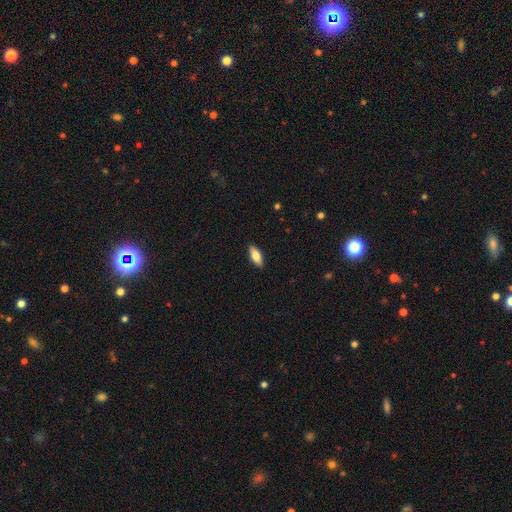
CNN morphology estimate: Smooth or featured: smooth — 80% (featured or disk — 13%)
How rounded: in between — 80% (cigar-shaped — 18%)
Merging: none — 90% (minor disturbance — 8%)